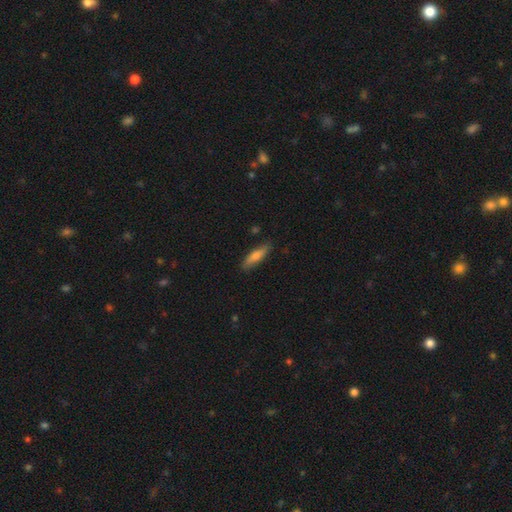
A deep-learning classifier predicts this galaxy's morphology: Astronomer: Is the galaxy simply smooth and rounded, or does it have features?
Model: smooth — 76%.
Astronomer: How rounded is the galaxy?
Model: cigar-shaped — 65%.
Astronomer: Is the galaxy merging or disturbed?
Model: none — 80%.